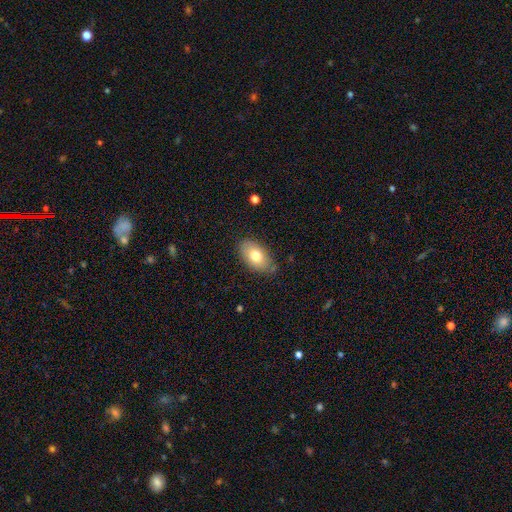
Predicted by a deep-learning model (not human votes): smooth-or-featured: smooth: 73% | featured or disk: 19% | star or artifact: 7%
  how-rounded: in between: 91% | round: 7% | cigar-shaped: 2%
  merging: none: 78% | minor disturbance: 17% | major disturbance: 3% | merger: 2%